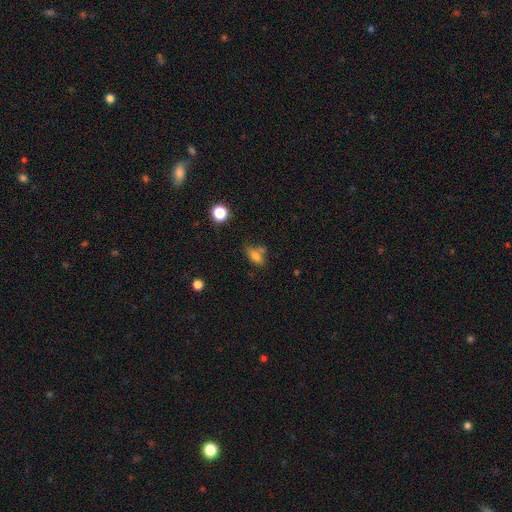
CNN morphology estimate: A smooth galaxy with no disk features (74%) that is in between round and cigar-shaped (80%).

Vote fractions:
- Smooth or featured? smooth: 74% / star or artifact: 14% / featured or disk: 12%
- How rounded? in between: 80% / round: 10% / cigar-shaped: 10%
- Merging? none: 51% / merger: 21% / minor disturbance: 20% / major disturbance: 8%